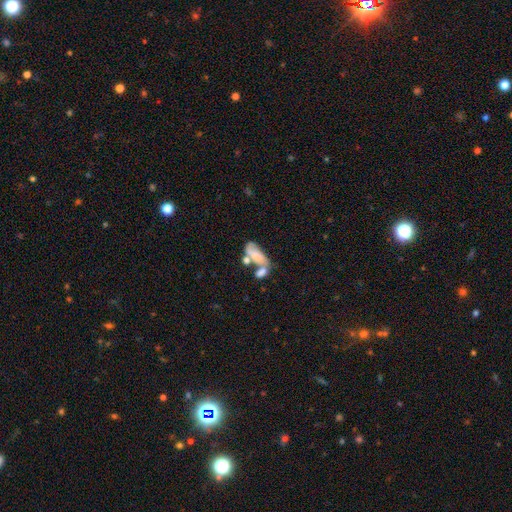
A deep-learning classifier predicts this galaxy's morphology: This is possibly a smooth galaxy (57%). How rounded: clearly in between (84%). Merging: possibly merger (53%).